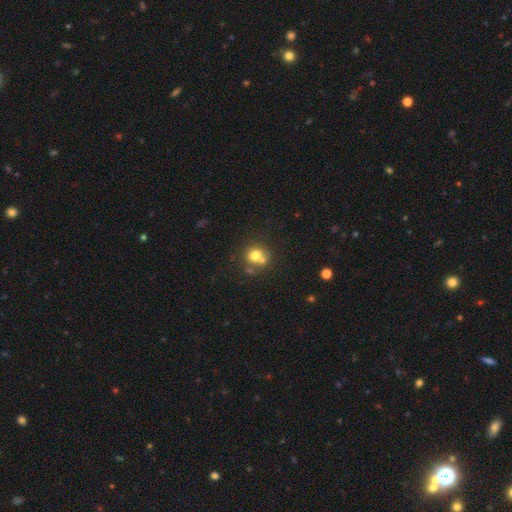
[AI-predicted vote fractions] The model was most divided on "merging": none: 53%, merger: 33%, minor disturbance: 10%, major disturbance: 4%. More confident: how rounded — round (85%); smooth or featured — smooth (72%).